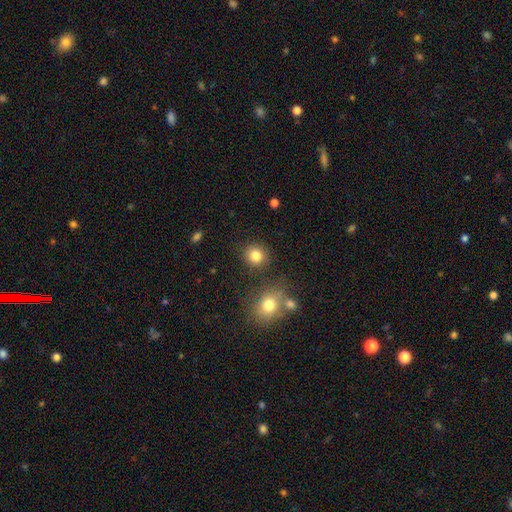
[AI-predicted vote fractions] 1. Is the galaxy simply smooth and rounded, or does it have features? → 83% smooth, 11% star or artifact, 6% featured or disk.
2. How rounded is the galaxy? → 87% round, 12% in between, 1% cigar-shaped.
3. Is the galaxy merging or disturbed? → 84% none, 8% minor disturbance, 5% merger, 3% major disturbance.